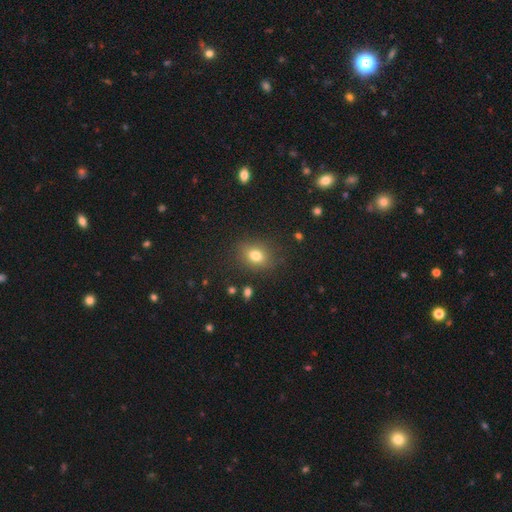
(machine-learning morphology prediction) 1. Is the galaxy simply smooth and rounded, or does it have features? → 78% smooth, 13% star or artifact, 9% featured or disk.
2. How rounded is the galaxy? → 58% in between, 40% round, 2% cigar-shaped.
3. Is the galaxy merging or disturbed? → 83% none, 12% minor disturbance, 4% major disturbance, 2% merger.